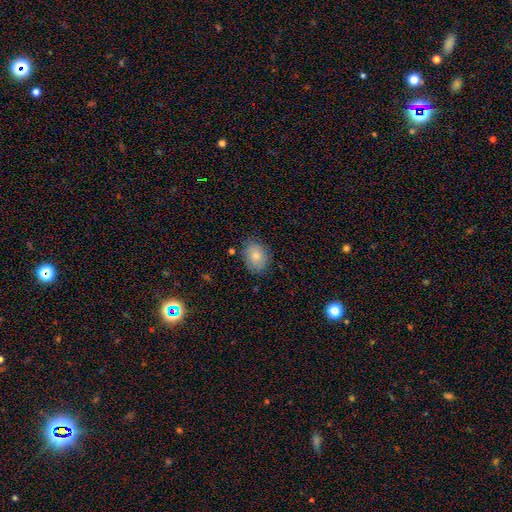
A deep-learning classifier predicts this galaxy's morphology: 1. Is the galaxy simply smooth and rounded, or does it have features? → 70% smooth, 16% featured or disk, 14% star or artifact.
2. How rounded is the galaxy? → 56% in between, 42% round, 1% cigar-shaped.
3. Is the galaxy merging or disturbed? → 83% none, 13% minor disturbance, 3% major disturbance, 1% merger.